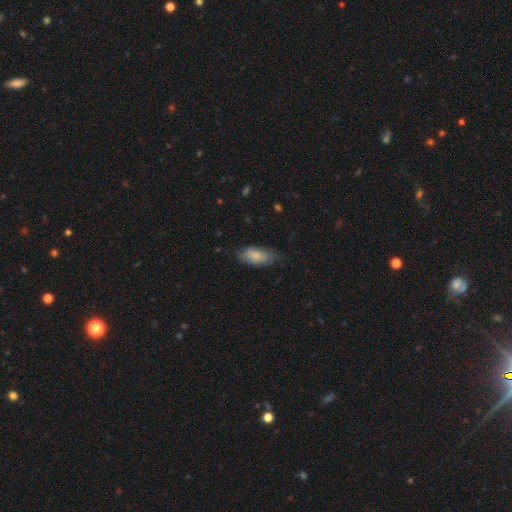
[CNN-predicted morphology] This is clearly a smooth galaxy (83%). How rounded: clearly in between (86%). Merging: likely none (69%).